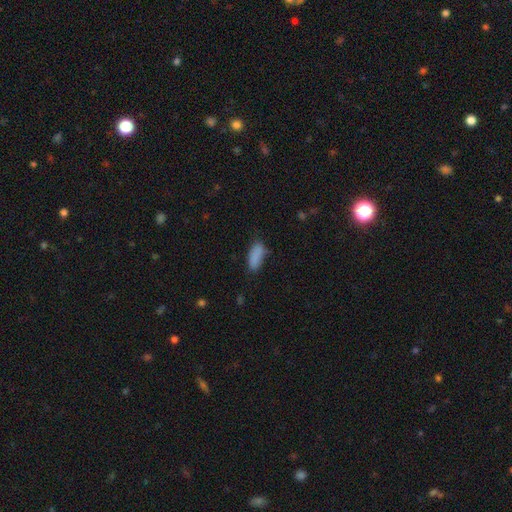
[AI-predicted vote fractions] Smooth or featured: smooth — 86% (star or artifact — 8%)
How rounded: in between — 81% (cigar-shaped — 17%)
Merging: none — 68% (minor disturbance — 23%)